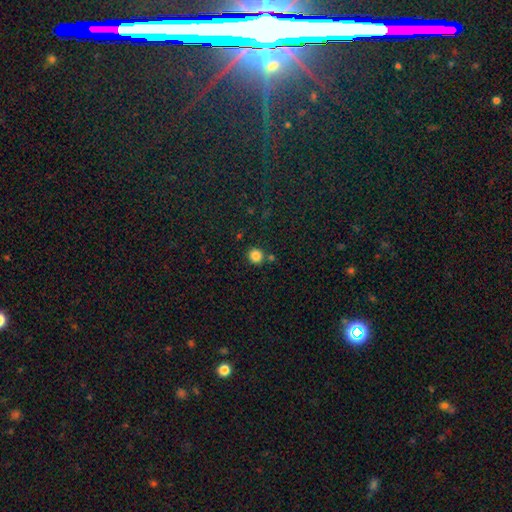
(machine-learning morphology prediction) type=smooth (84%); roundness=round (92%); merging=none (81%).